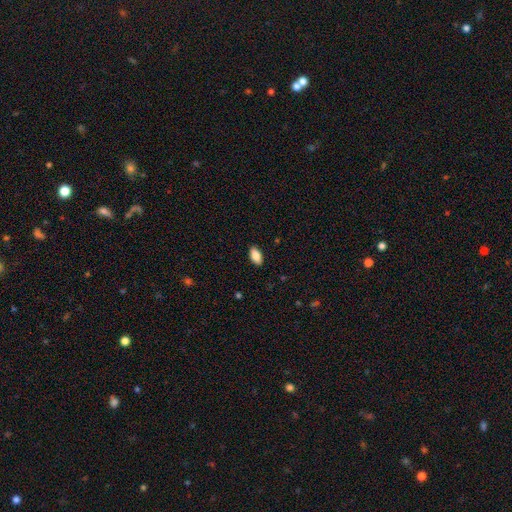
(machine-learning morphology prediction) smooth 85%, featured or disk 8%, star or artifact 7%. Down the decision tree: how rounded — in between (92%); merging — none (89%).